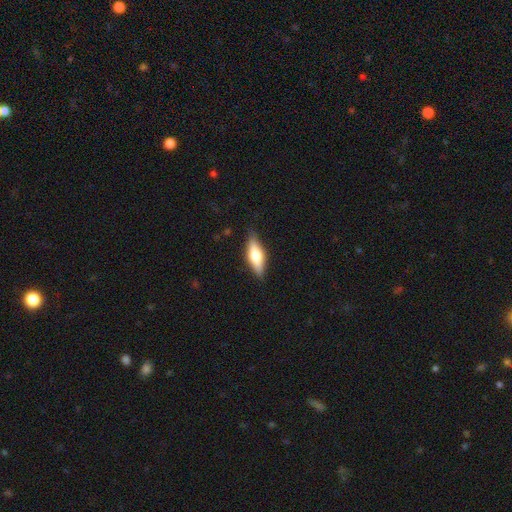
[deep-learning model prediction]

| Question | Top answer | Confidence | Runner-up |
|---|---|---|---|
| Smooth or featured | smooth | 50% | featured or disk (44%) |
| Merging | none | 85% | minor disturbance (12%) |